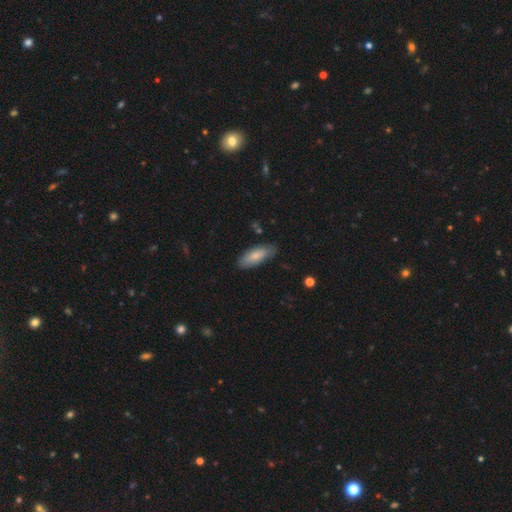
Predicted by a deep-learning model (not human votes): smooth-or-featured: smooth: 77% | featured or disk: 17% | star or artifact: 6%
  how-rounded: in between: 76% | cigar-shaped: 22% | round: 2%
  merging: none: 76% | minor disturbance: 19% | major disturbance: 3% | merger: 2%